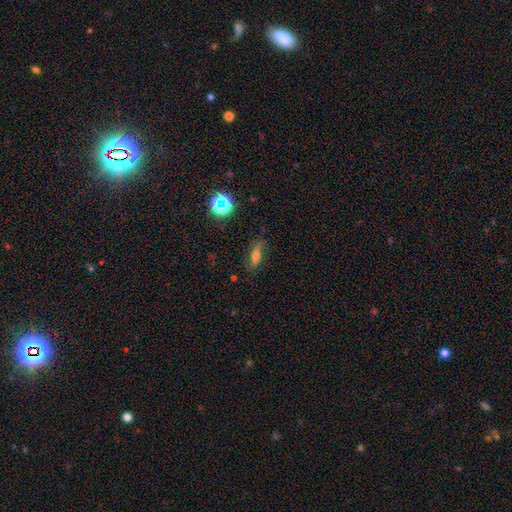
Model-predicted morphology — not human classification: Q: Smooth or featured?
A: smooth (58%); runner-up: featured or disk (28%)
Q: How rounded?
A: in between (61%); runner-up: cigar-shaped (32%)
Q: Merging?
A: none (75%); runner-up: minor disturbance (18%)